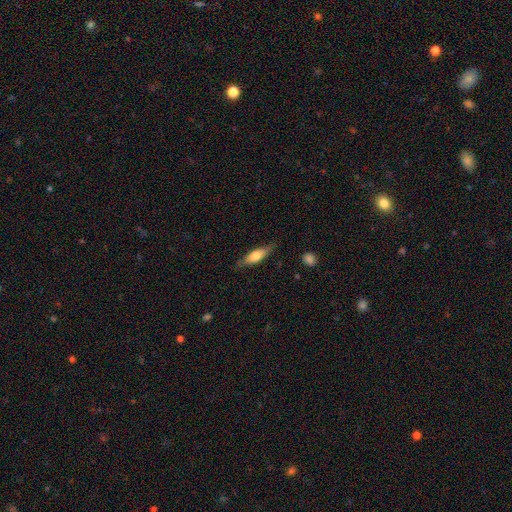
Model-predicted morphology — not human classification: Smooth or featured?
  - smooth: 59% *
  - featured or disk: 35%
  - star or artifact: 6%
How rounded?
  - cigar-shaped: 52% *
  - in between: 46%
  - round: 2%
Merging?
  - none: 78% *
  - minor disturbance: 17%
  - major disturbance: 4%
  - merger: 1%